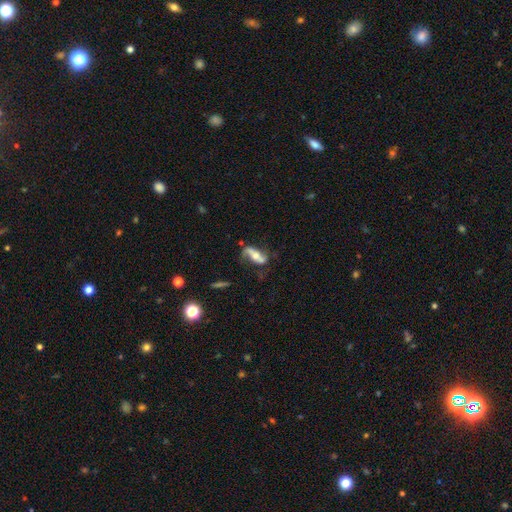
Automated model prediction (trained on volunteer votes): Overall: featured or disk (71%). Edge-on disk: no (88%). Bar: no (39%; strong 32%). Spiral arms: yes (88%). Spiral arm count: 2 (82%). Spiral winding: loose (68%). Bulge size: moderate (52%; small 31%). Merging: none (56%; minor disturbance 23%).